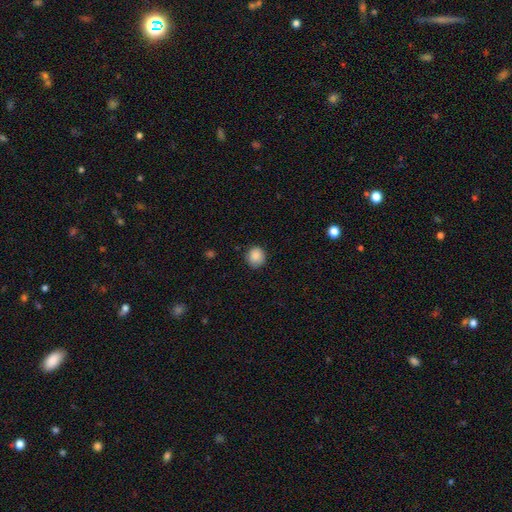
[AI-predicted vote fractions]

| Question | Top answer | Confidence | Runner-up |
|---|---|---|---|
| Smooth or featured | smooth | 88% | star or artifact (9%) |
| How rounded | round | 84% | in between (15%) |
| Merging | none | 85% | minor disturbance (11%) |